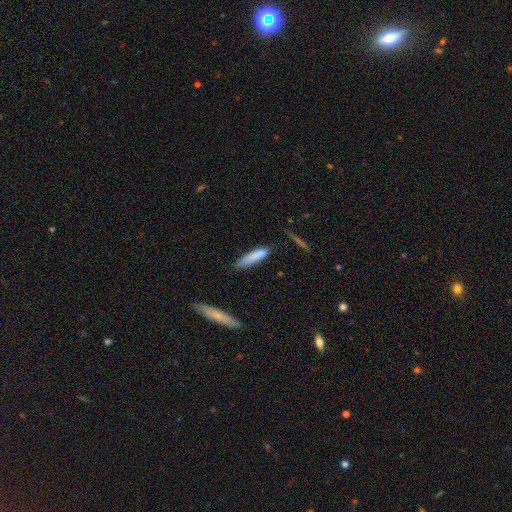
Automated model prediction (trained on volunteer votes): A smooth galaxy with no disk features (81%) that is cigar-shaped (80%).

Vote fractions:
- Smooth or featured? smooth: 81% / featured or disk: 12% / star or artifact: 7%
- How rounded? cigar-shaped: 80% / in between: 19% / round: 1%
- Merging? none: 68% / minor disturbance: 23% / major disturbance: 5% / merger: 4%